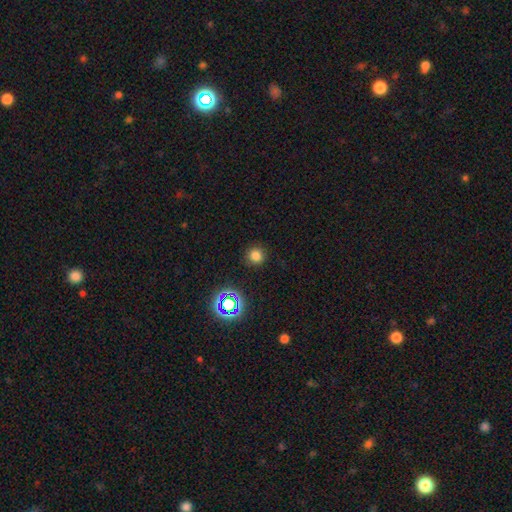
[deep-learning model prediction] smooth 76%, star or artifact 19%, featured or disk 5%. Down the decision tree: how rounded — round (91%); merging — none (89%).